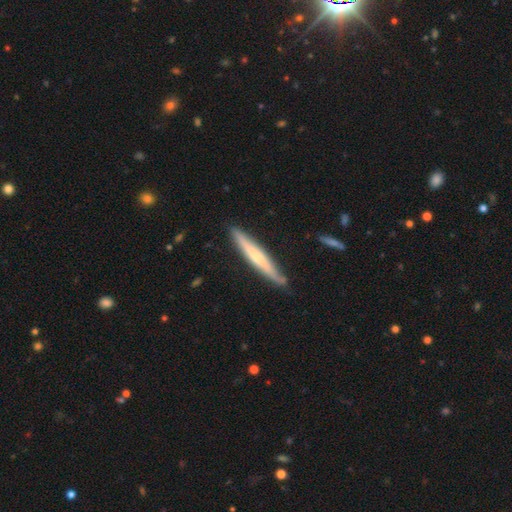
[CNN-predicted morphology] Smooth or featured? featured or disk (48%)
Merging? none (84%)